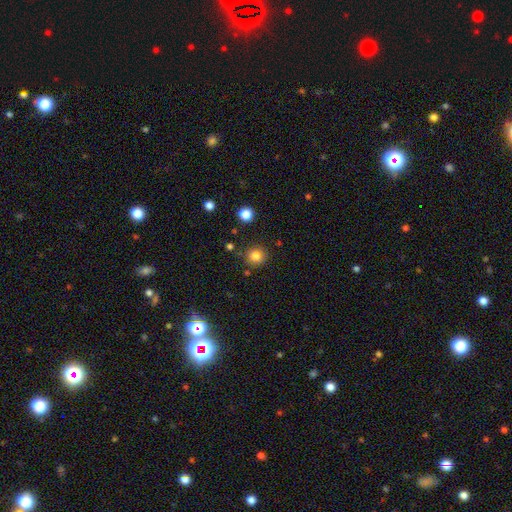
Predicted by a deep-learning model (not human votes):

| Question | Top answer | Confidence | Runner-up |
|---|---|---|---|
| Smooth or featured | smooth | 82% | star or artifact (13%) |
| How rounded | round | 93% | in between (6%) |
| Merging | none | 87% | minor disturbance (7%) |